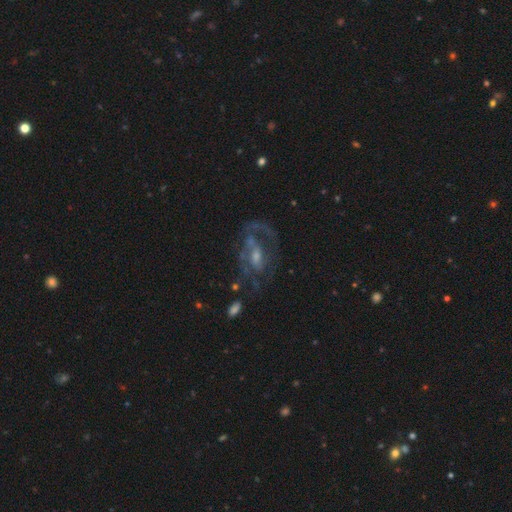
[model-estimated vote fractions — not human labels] Smooth or featured? featured or disk (77%)
Edge-on disk? no (95%)
Bar? no (43%)
Spiral arms? yes (75%)
Spiral winding? medium (46%)
Spiral arm count? 2 (42%)
Bulge size? small (44%)
Merging? none (50%)